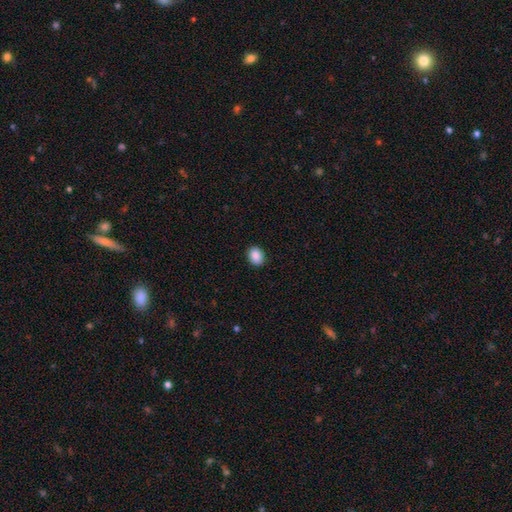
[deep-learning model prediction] A smooth galaxy with no disk features (89%) that is in between round and cigar-shaped (61%).

Vote fractions:
- Smooth or featured? smooth: 89% / star or artifact: 8% / featured or disk: 3%
- How rounded? in between: 61% / round: 38% / cigar-shaped: 1%
- Merging? none: 91% / minor disturbance: 7% / major disturbance: 2% / merger: 1%